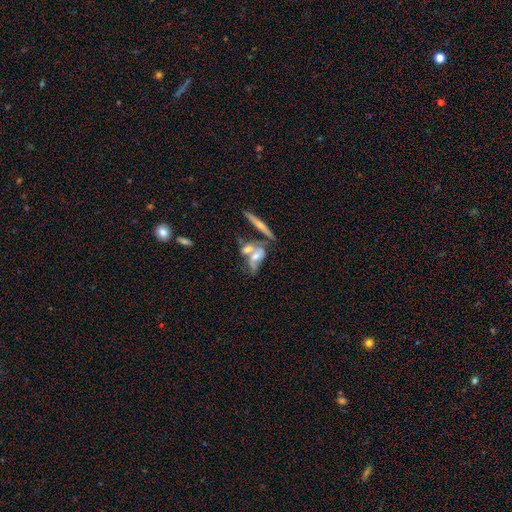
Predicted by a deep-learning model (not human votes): featured or disk 56%, smooth 34%, star or artifact 10%. Down the decision tree: edge-on disk — no (56%); merging — merger (51%).